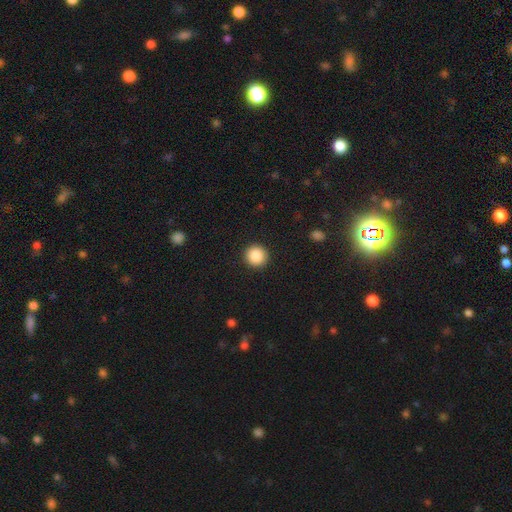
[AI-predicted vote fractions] smooth-or-featured: smooth: 88% | star or artifact: 9% | featured or disk: 4%
  how-rounded: round: 95% | in between: 4% | cigar-shaped: 1%
  merging: none: 93% | minor disturbance: 4% | major disturbance: 2% | merger: 1%